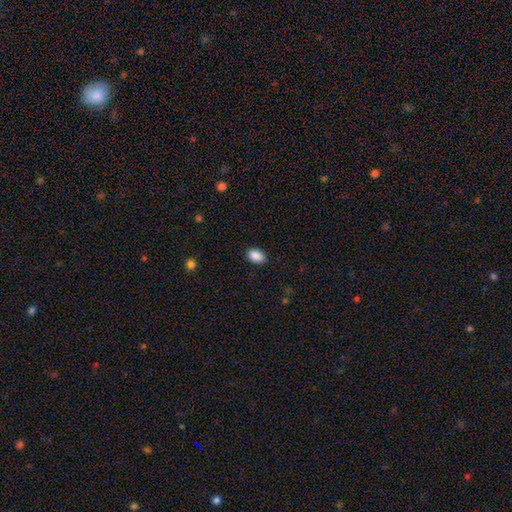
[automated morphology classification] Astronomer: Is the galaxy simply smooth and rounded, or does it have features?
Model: smooth — 89%.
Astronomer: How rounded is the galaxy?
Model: in between — 85%.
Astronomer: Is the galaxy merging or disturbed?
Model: none — 88%.